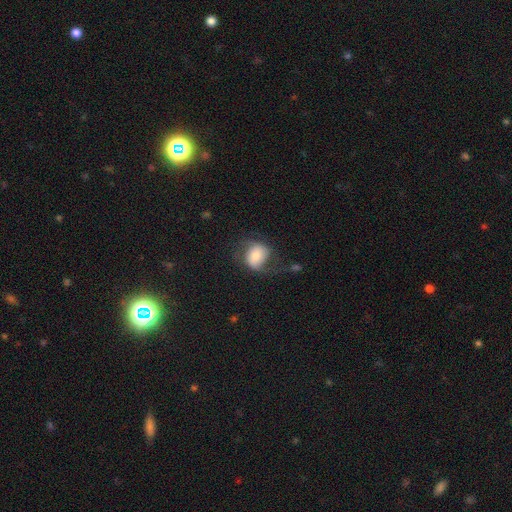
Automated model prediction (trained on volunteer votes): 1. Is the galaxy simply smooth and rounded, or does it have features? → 60% smooth, 31% featured or disk, 8% star or artifact.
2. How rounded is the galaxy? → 54% round, 45% in between, 1% cigar-shaped.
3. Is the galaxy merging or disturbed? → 46% none, 26% minor disturbance, 26% major disturbance, 2% merger.